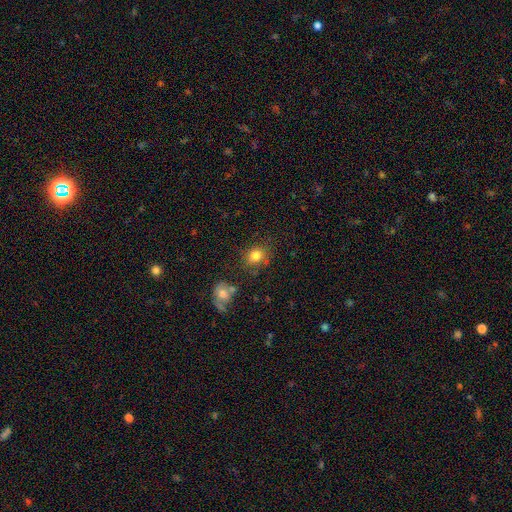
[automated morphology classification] Smooth or featured: smooth — 81% (star or artifact — 11%)
How rounded: round — 62% (in between — 37%)
Merging: none — 71% (minor disturbance — 17%)